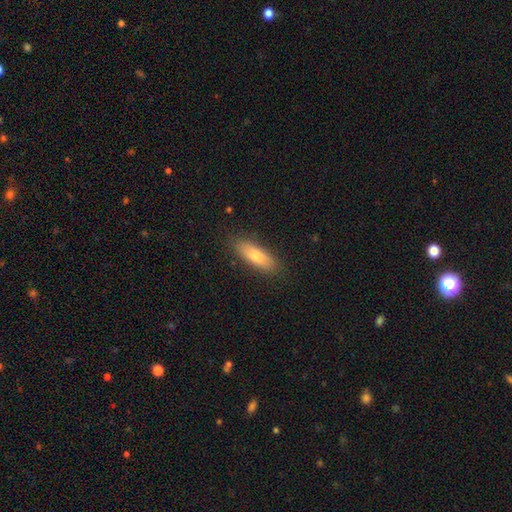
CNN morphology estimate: Smooth or featured? smooth (77%)
How rounded? in between (51%)
Merging? none (85%)